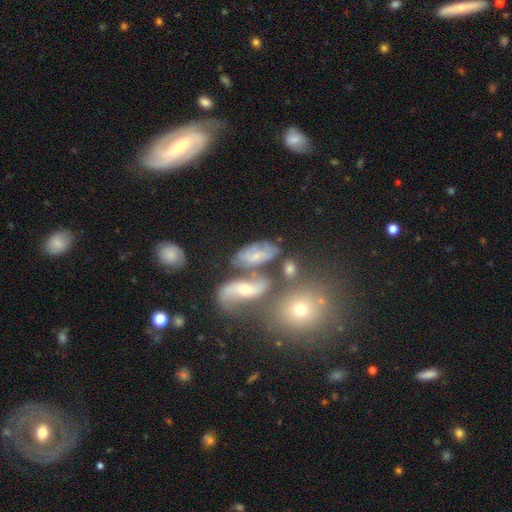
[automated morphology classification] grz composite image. It shows a featured or disk galaxy (56%) with no bar (54%), spiral arms (79%) and a small central bulge (55%). Merging: merger (37%).